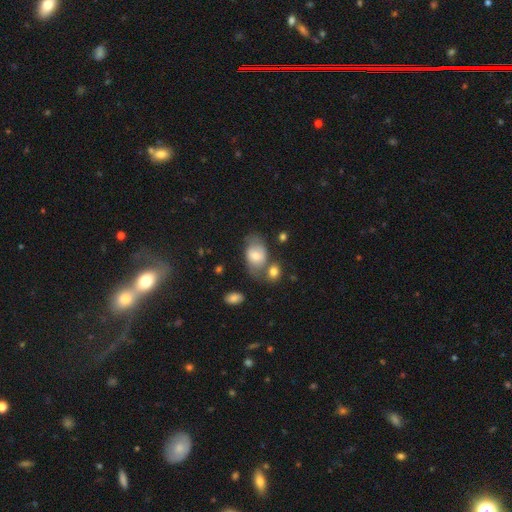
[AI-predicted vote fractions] smooth-or-featured: smooth: 61% | featured or disk: 30% | star or artifact: 9%
  how-rounded: in between: 82% | round: 17% | cigar-shaped: 1%
  merging: none: 51% | minor disturbance: 21% | merger: 19% | major disturbance: 9%